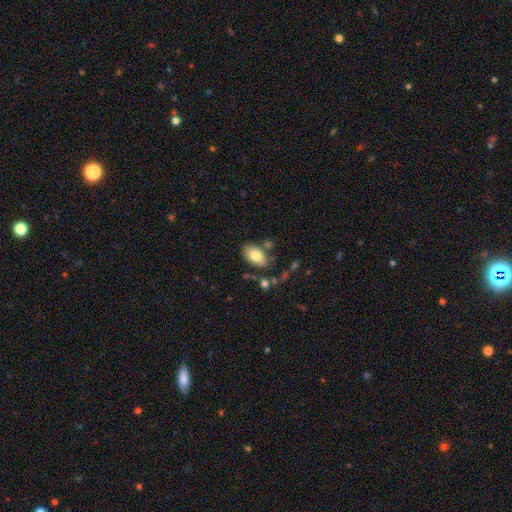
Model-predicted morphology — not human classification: This appears to be a smooth galaxy with no disk features (79%) that is in between round and cigar-shaped (92%). Merging: none (72%).